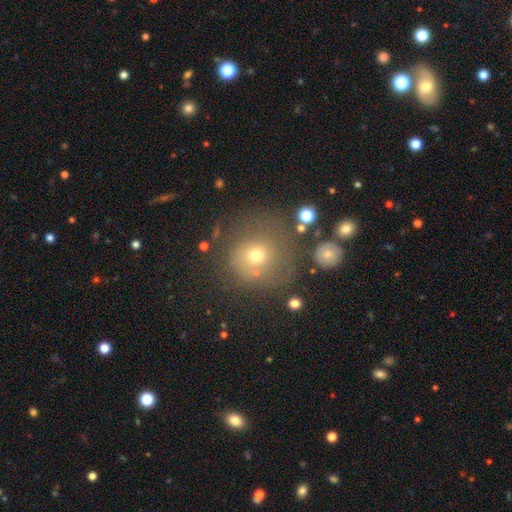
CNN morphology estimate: Smooth or featured? smooth (66%)
How rounded? round (91%)
Merging? none (71%)